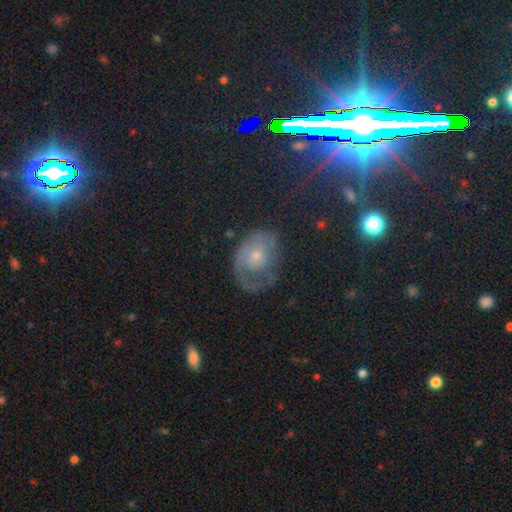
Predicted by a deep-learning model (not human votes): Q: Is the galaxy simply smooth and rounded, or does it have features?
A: featured or disk — 56%.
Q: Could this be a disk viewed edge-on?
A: no — 96%.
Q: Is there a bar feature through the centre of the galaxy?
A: no — 77%.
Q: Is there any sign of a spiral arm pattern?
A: yes — 75%.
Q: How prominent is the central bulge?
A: small — 58%.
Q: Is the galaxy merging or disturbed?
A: none — 52%.